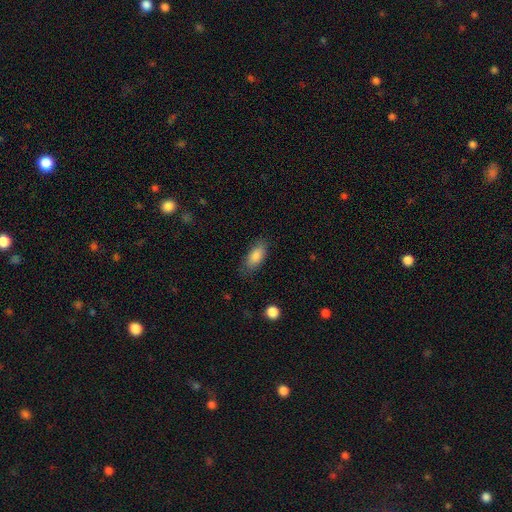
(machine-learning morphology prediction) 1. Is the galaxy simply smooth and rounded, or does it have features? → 85% smooth, 8% featured or disk, 7% star or artifact.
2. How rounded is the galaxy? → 85% in between, 12% cigar-shaped, 3% round.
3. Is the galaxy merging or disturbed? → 79% none, 15% minor disturbance, 4% major disturbance, 1% merger.